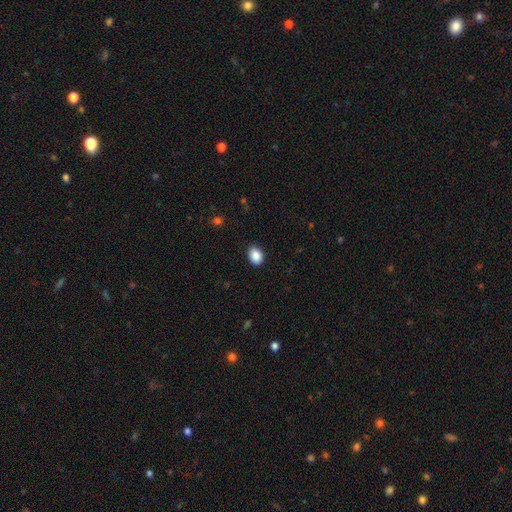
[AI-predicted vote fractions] Smooth or featured? smooth (89%)
How rounded? in between (77%)
Merging? none (89%)